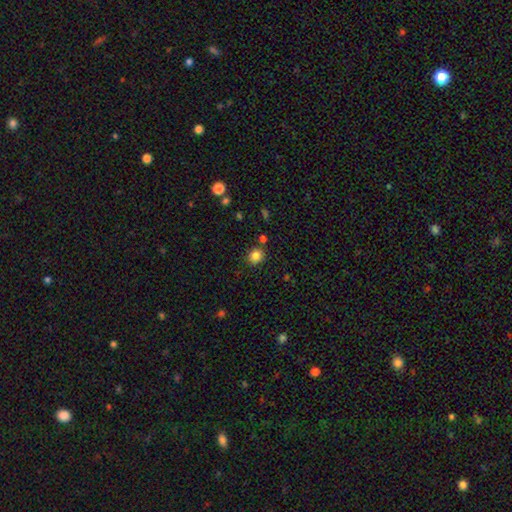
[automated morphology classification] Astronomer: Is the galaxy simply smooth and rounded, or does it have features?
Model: smooth — 83%.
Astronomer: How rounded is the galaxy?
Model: round — 80%.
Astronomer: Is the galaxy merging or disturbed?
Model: none — 84%.